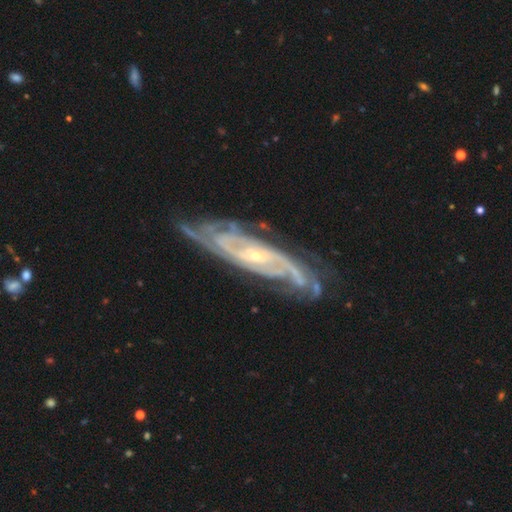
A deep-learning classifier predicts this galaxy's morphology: Smooth or featured? featured or disk (90%)
Edge-on disk? no (88%)
Bar? no (59%)
Spiral arms? yes (98%)
Spiral winding? tight (65%)
Spiral arm count? 2 (26%)
Bulge size? small (79%)
Merging? none (73%)